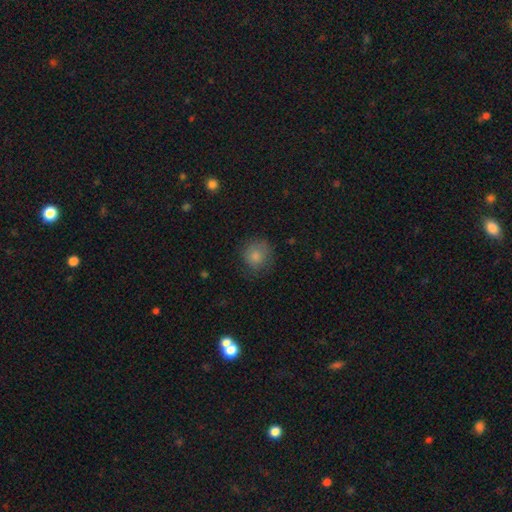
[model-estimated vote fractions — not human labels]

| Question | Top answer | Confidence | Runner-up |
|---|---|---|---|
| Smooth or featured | smooth | 83% | star or artifact (10%) |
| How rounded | round | 88% | in between (11%) |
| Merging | none | 73% | minor disturbance (19%) |